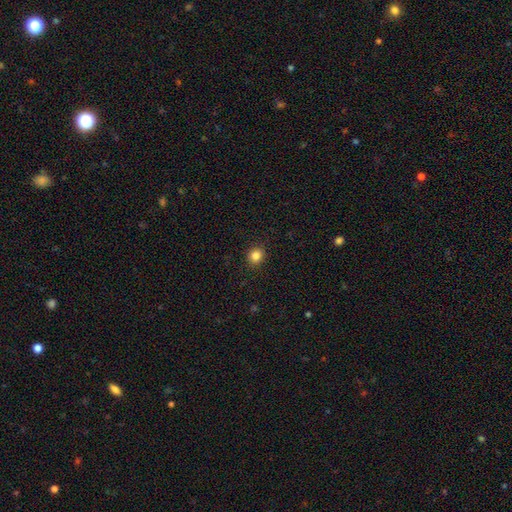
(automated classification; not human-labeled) A smooth galaxy with no disk features (84%) that is round (79%). Merging: none (91%).